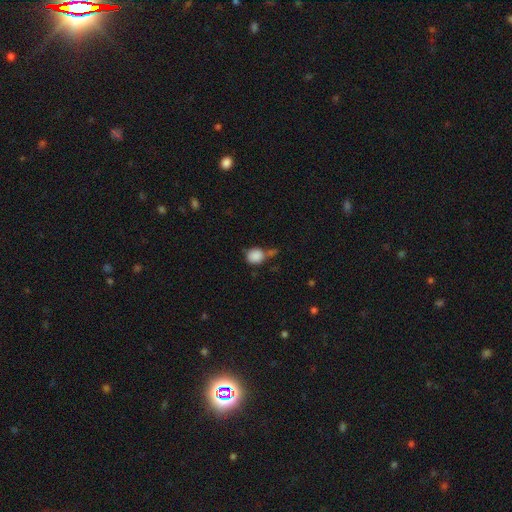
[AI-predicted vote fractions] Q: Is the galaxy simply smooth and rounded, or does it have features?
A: smooth — 87%.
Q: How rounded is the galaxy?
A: round — 80%.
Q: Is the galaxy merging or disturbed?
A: none — 49%.